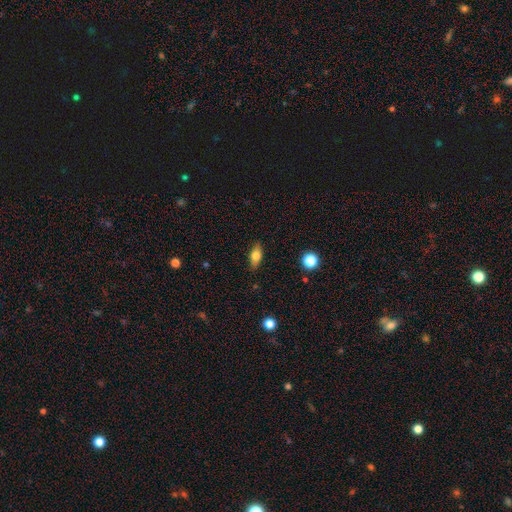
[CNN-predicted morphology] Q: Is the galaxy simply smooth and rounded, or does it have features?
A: smooth — 69%.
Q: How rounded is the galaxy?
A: in between — 78%.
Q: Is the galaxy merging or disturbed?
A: none — 86%.